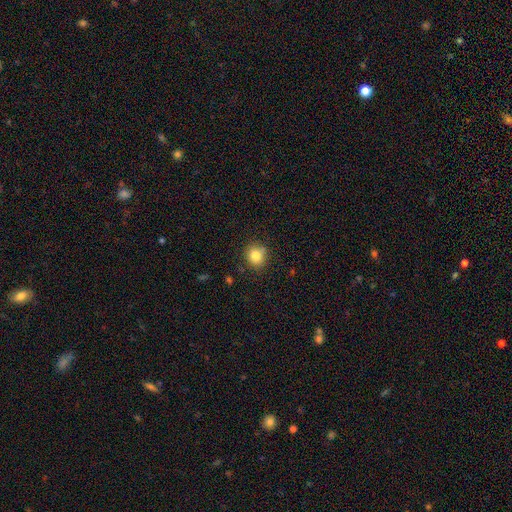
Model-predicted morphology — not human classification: Smooth or featured? smooth (82%)
How rounded? round (82%)
Merging? none (80%)